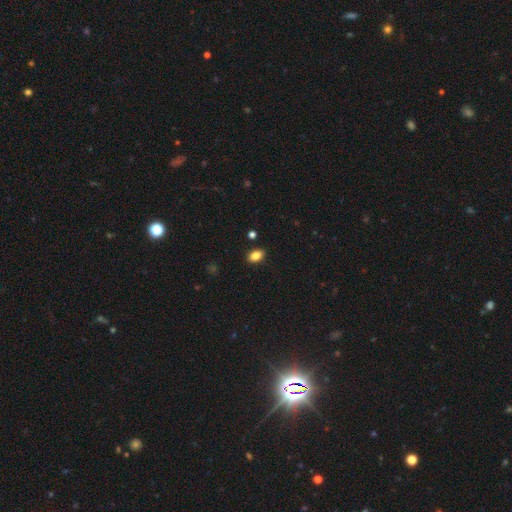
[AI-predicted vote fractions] A smooth galaxy with no disk features (85%) that is in between round and cigar-shaped (86%). Merging: none (88%).